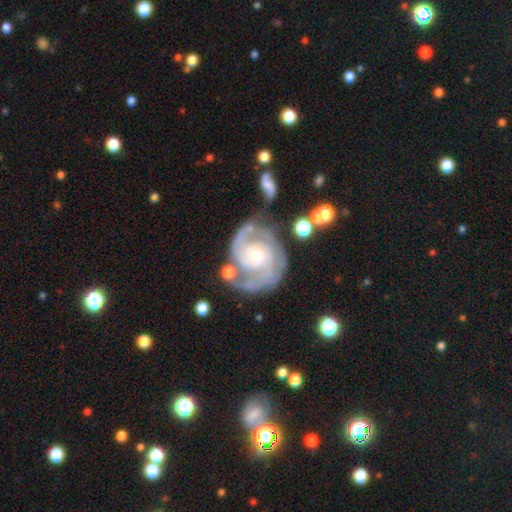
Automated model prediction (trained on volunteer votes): Smooth or featured: featured or disk — 90% (smooth — 5%)
Edge-on disk: no — 98% (yes — 2%)
Bar: no — 66% (weak — 26%)
Spiral arms: yes — 97% (no — 3%)
Spiral winding: tight — 61% (medium — 33%)
Spiral arm count: 2 — 62% (3 — 16%)
Bulge size: small — 56% (moderate — 38%)
Merging: none — 64% (minor disturbance — 20%)